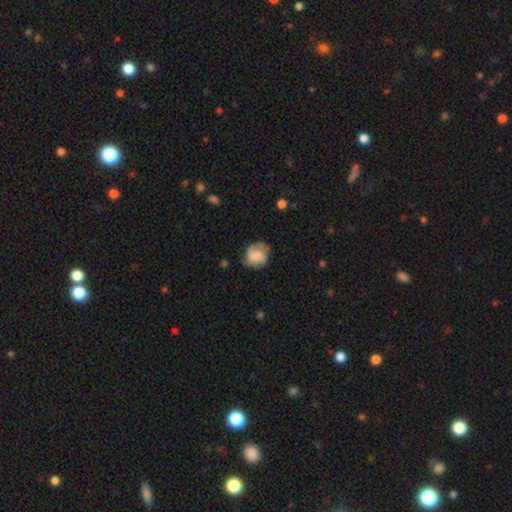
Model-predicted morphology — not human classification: The model was most divided on "smooth or featured": smooth: 53%, featured or disk: 39%, star or artifact: 8%. More confident: how rounded — round (74%); merging — none (58%).